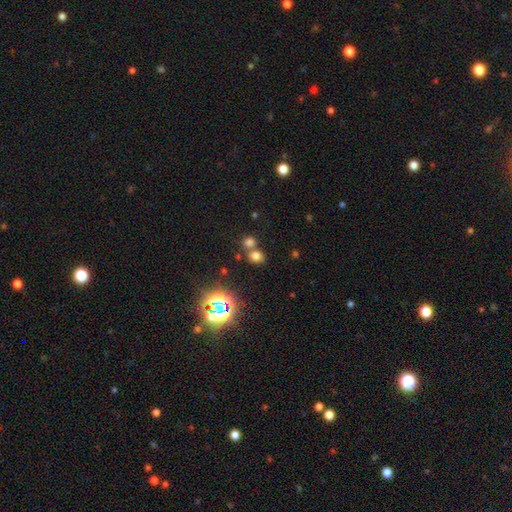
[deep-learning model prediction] smooth-or-featured: smooth: 66% | star or artifact: 27% | featured or disk: 8%
  how-rounded: round: 69% | in between: 30% | cigar-shaped: 1%
  merging: none: 54% | merger: 36% | minor disturbance: 7% | major disturbance: 3%